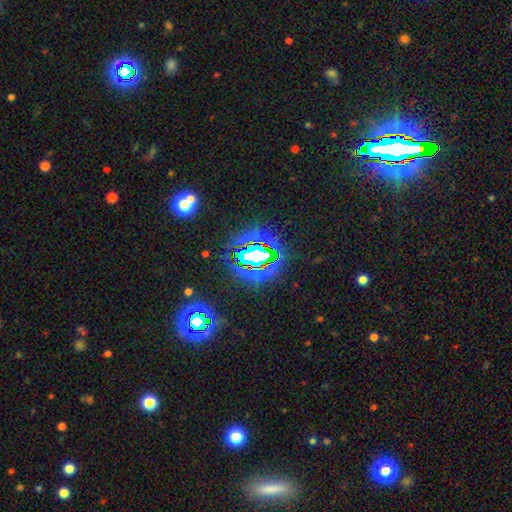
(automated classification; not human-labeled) A star or artifact, not a galaxy (75%).